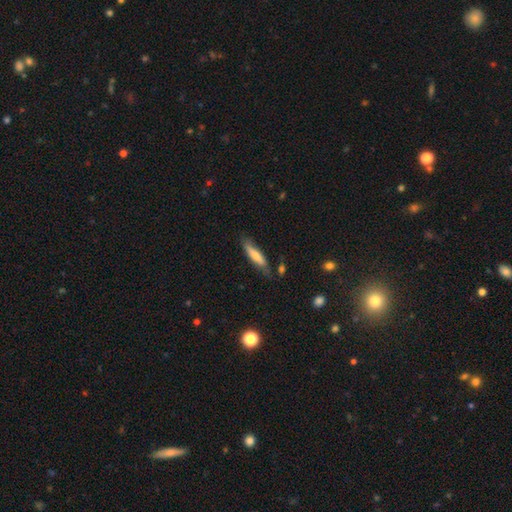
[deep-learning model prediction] The model was most divided on "smooth or featured": smooth: 65%, featured or disk: 29%, star or artifact: 6%. More confident: how rounded — cigar-shaped (75%); merging — none (69%).